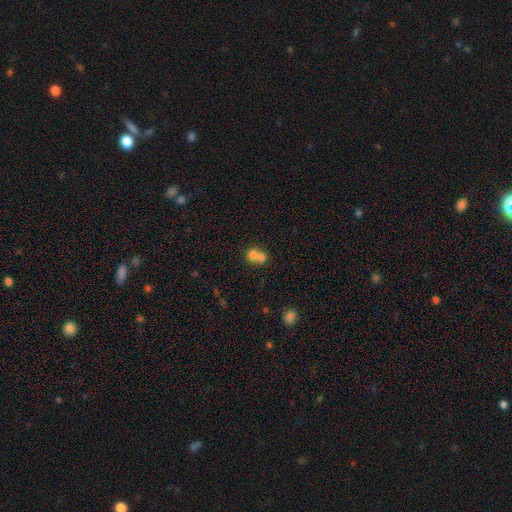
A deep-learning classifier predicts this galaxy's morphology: This appears to be a smooth galaxy with no disk features (71%) that is round (76%). Merging: merger (67%).